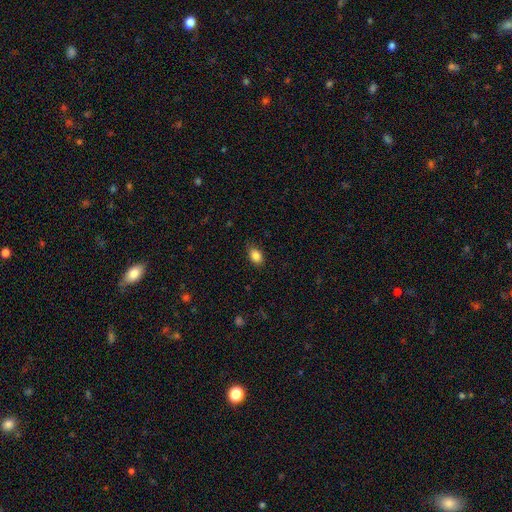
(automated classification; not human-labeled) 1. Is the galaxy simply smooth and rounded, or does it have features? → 86% smooth, 9% star or artifact, 5% featured or disk.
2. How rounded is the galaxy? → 81% in between, 18% round, 2% cigar-shaped.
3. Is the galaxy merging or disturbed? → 81% none, 15% minor disturbance, 3% major disturbance, 1% merger.